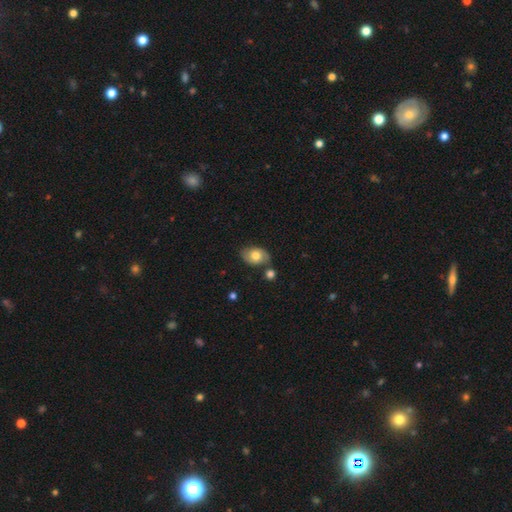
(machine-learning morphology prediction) Smooth or featured? Predicted: smooth (p=0.65). How rounded? Predicted: in between (p=0.81). Merging? Predicted: none (p=0.68).